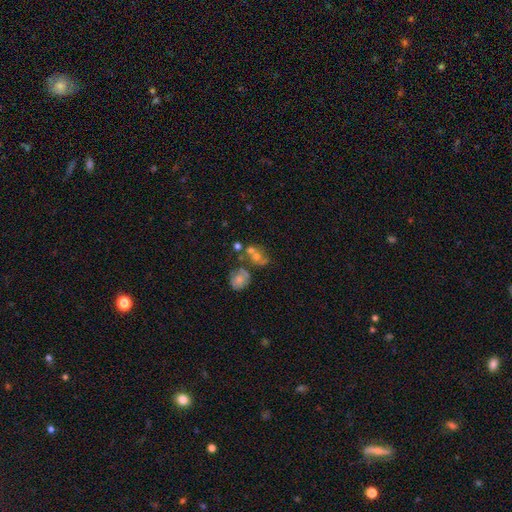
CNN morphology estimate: The model was most divided on "merging" (2-way tie): none: 38%, merger: 38%, minor disturbance: 13%, major disturbance: 11%. Remaining: smooth or featured — featured or disk (38%).